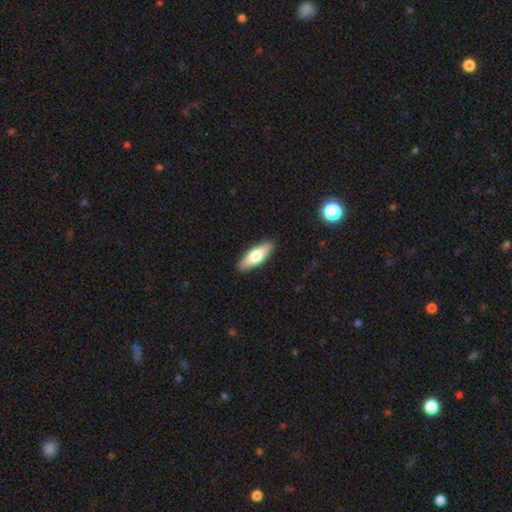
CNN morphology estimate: Overall: smooth (68%). How rounded: in between (58%; cigar-shaped 40%). Merging: none (90%).